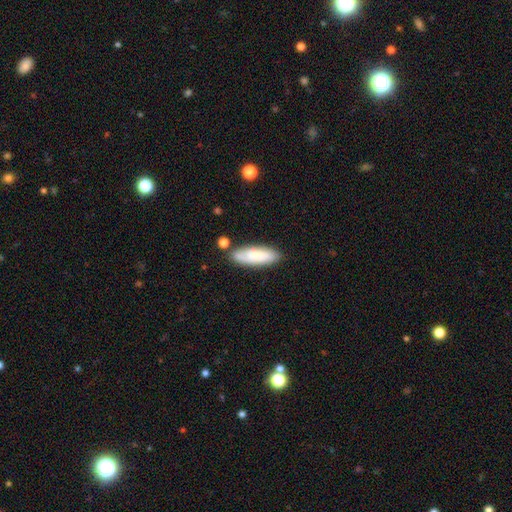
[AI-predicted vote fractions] Smooth or featured? Predicted: smooth (p=0.75). How rounded? Predicted: in between (p=0.59). Merging? Predicted: none (p=0.74).